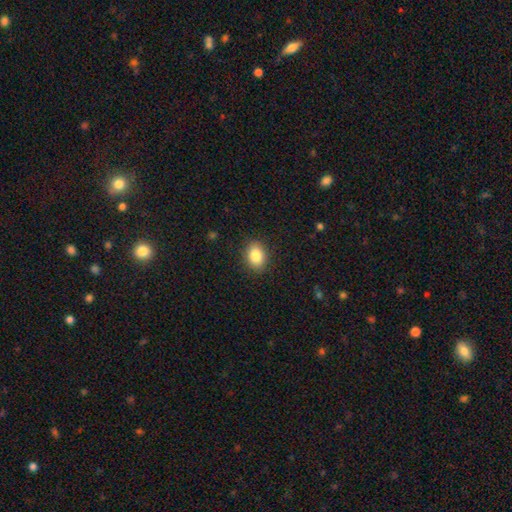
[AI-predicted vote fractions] Smooth or featured: smooth — 85% (star or artifact — 8%)
How rounded: in between — 70% (round — 28%)
Merging: none — 88% (minor disturbance — 9%)